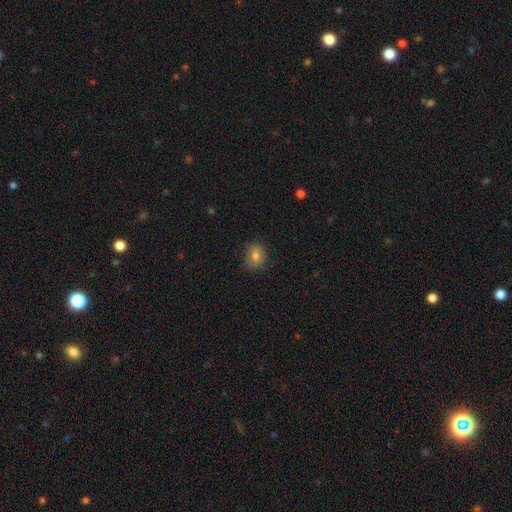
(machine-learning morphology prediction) smooth 77%, featured or disk 13%, star or artifact 11%. Down the decision tree: how rounded — round (56%); merging — none (83%).